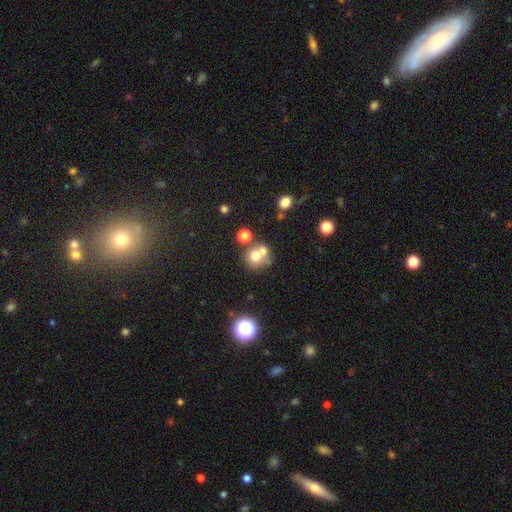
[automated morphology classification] smooth_or_featured: smooth (p=0.69) [alt: featured or disk p=0.16]
how_rounded: round (p=0.85) [alt: in between p=0.14]
merging: none (p=0.45) [alt: merger p=0.42]